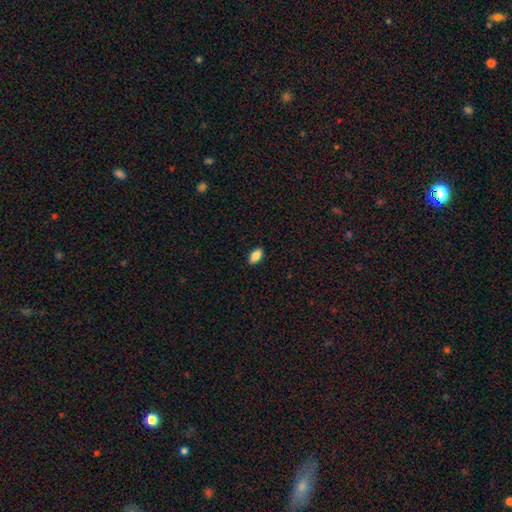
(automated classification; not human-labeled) smooth_or_featured: smooth (p=0.87) [alt: star or artifact p=0.07]
how_rounded: in between (p=0.91) [alt: cigar-shaped p=0.05]
merging: none (p=0.89) [alt: minor disturbance p=0.08]